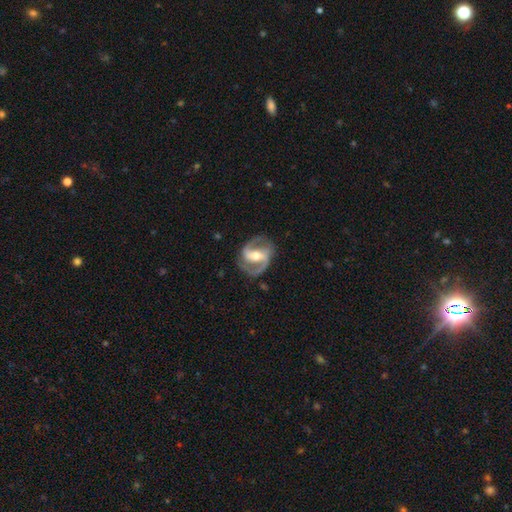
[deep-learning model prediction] smooth-or-featured: featured or disk: 90% | smooth: 6% | star or artifact: 4%
  disk-edge-on: no: 97% | yes: 3%
    bar: strong: 58% | weak: 30% | no: 12%
    has-spiral-arms: yes: 96% | no: 4%
      spiral-winding: medium: 57% | tight: 24% | loose: 19%
      spiral-arm-count: 2: 93% | can't tell: 2% | 1: 2% | 3: 1% | 4: 1% | more than 4: 1%
    bulge-size: moderate: 66% | small: 25% | large: 7% | none: 1% | dominant: 1%
  merging: none: 82% | minor disturbance: 12% | major disturbance: 5% | merger: 1%